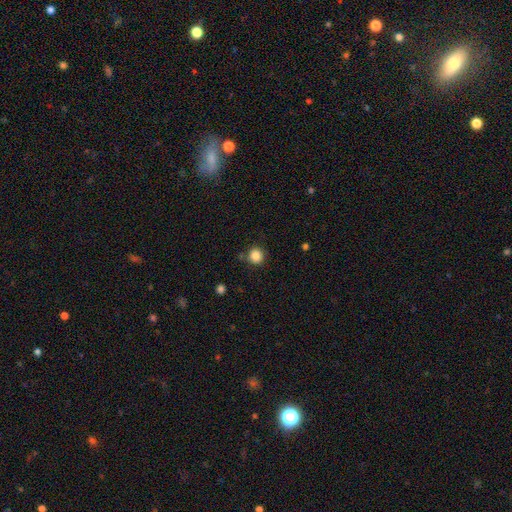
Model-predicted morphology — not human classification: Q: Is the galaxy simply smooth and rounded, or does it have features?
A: smooth — 86%.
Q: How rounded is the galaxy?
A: round — 92%.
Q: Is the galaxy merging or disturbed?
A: none — 82%.